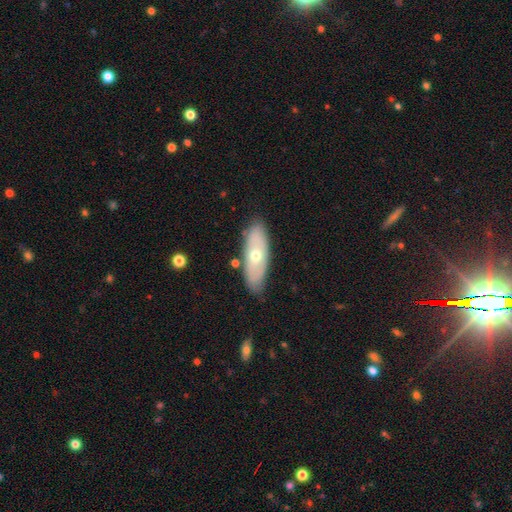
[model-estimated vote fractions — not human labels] The model was most divided on "smooth or featured": smooth: 51%, featured or disk: 43%, star or artifact: 6%. More confident: merging — none (81%); how rounded — in between (68%).